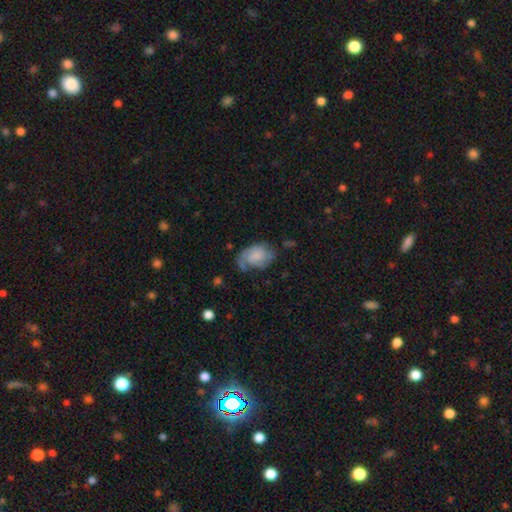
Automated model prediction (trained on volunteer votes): This is possibly a smooth galaxy (47%). Merging: marginally none (44%).